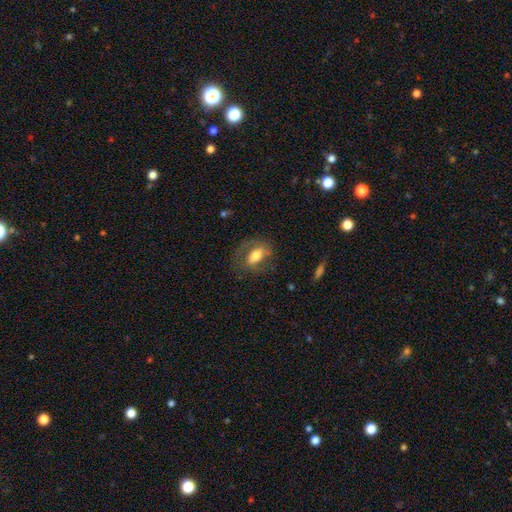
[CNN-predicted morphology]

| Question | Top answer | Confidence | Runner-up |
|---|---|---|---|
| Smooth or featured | smooth | 54% | featured or disk (38%) |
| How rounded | in between | 84% | round (12%) |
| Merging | none | 62% | minor disturbance (20%) |